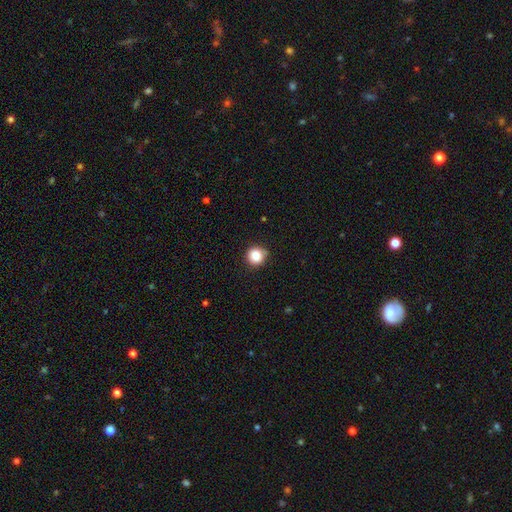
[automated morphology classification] smooth 84%, star or artifact 11%, featured or disk 5%. Down the decision tree: how rounded — round (93%); merging — none (84%).